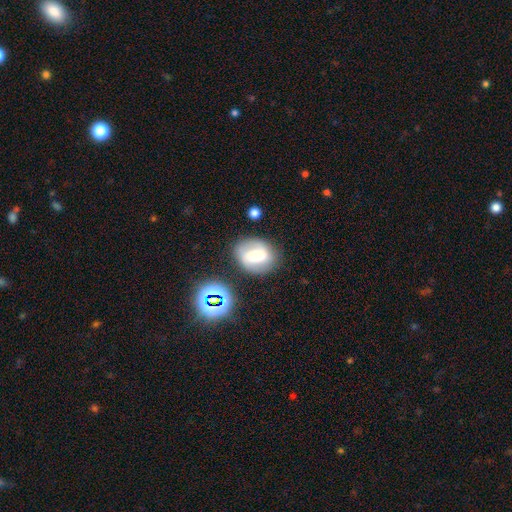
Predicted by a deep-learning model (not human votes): Overall: featured or disk (48%; smooth 41%). Merging: none (73%).